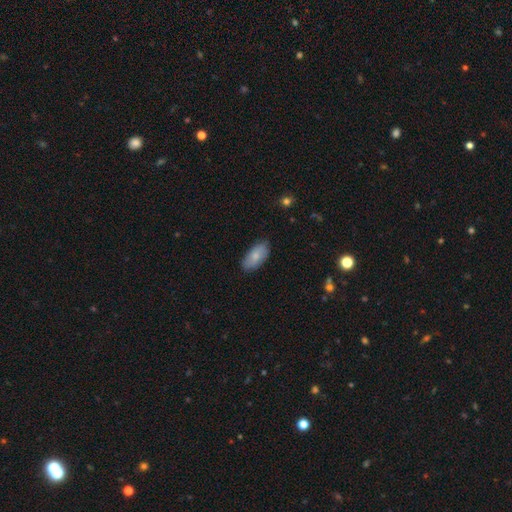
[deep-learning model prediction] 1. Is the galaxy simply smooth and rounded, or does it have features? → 80% smooth, 14% featured or disk, 6% star or artifact.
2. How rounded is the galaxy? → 92% in between, 5% cigar-shaped, 2% round.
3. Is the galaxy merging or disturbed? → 82% none, 15% minor disturbance, 3% major disturbance, 1% merger.